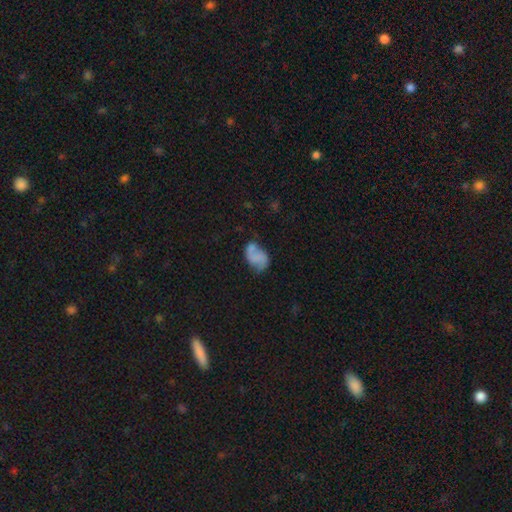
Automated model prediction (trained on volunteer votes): Smooth or featured? smooth (48%)
Merging? none (49%)